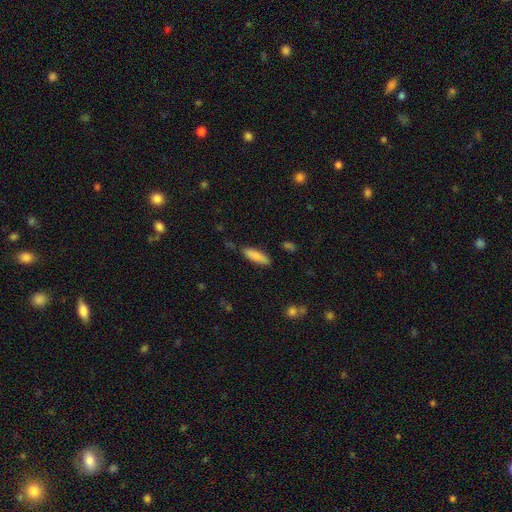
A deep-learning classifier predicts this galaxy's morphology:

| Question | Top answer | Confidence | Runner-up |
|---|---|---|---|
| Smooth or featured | smooth | 86% | featured or disk (8%) |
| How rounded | cigar-shaped | 55% | in between (43%) |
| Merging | none | 82% | minor disturbance (13%) |